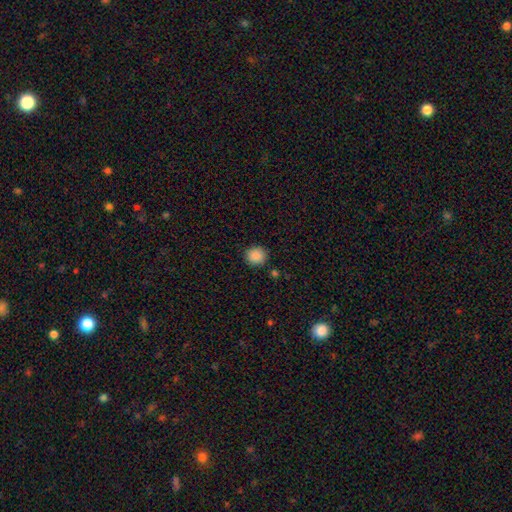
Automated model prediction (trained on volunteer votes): smooth 88%, star or artifact 9%, featured or disk 3%. Down the decision tree: how rounded — round (91%); merging — none (89%).